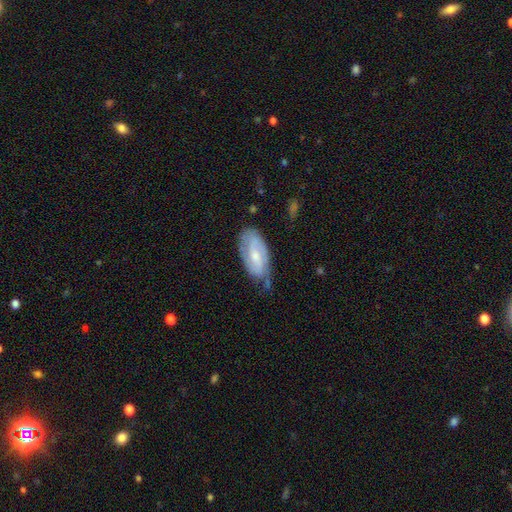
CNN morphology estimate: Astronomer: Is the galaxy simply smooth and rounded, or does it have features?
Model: featured or disk — 70%.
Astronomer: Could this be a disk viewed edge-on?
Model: no — 94%.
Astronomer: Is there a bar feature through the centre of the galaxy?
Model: weak — 48% (runner-up: no, 34%).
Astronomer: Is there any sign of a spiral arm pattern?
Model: yes — 90%.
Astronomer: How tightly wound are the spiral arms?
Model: tight — 44% (runner-up: medium, 41%).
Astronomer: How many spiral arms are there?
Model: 2 — 70%.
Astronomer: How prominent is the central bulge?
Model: small — 50% (runner-up: moderate, 43%).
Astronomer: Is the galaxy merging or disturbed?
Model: none — 58%.